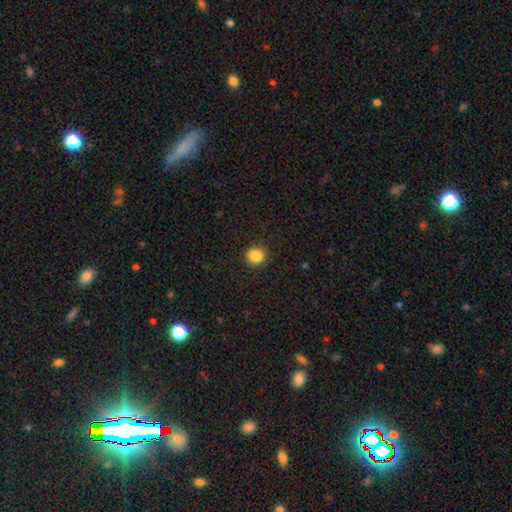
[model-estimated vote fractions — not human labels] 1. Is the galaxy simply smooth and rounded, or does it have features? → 85% smooth, 11% star or artifact, 4% featured or disk.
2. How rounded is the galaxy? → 67% round, 32% in between, 1% cigar-shaped.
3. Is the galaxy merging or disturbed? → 83% none, 12% minor disturbance, 3% major disturbance, 2% merger.